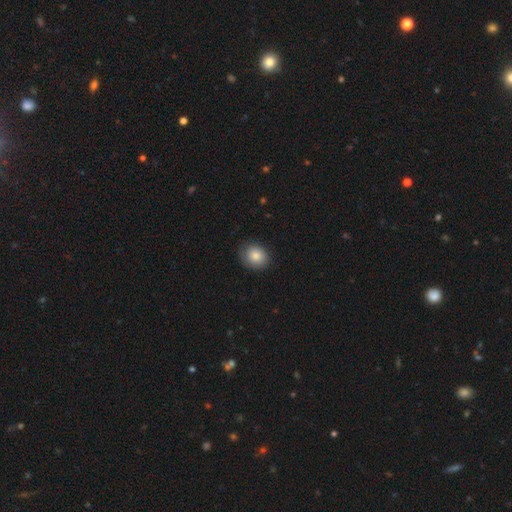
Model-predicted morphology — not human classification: Smooth or featured: smooth — 84% (featured or disk — 8%)
How rounded: round — 61% (in between — 38%)
Merging: none — 82% (minor disturbance — 14%)